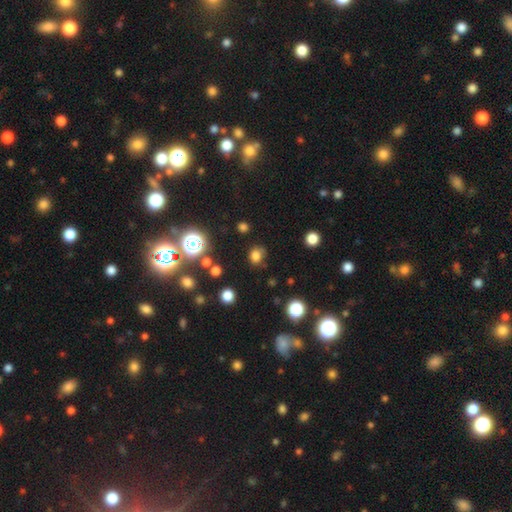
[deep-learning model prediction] smooth 76%, star or artifact 19%, featured or disk 5%. Down the decision tree: how rounded — round (66%); merging — none (77%).